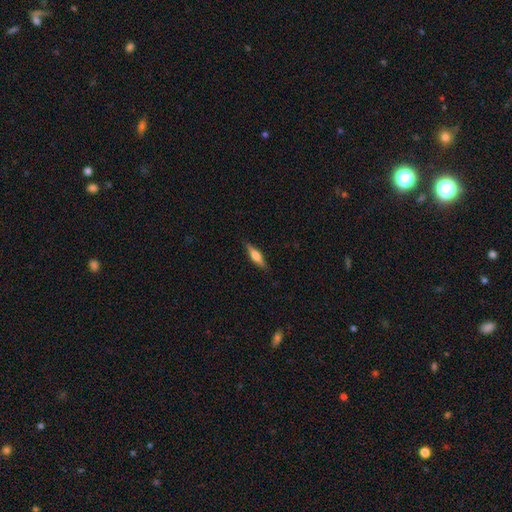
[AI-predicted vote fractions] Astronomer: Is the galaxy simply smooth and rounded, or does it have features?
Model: featured or disk — 48% (runner-up: smooth, 46%).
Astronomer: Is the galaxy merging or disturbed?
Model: none — 87%.